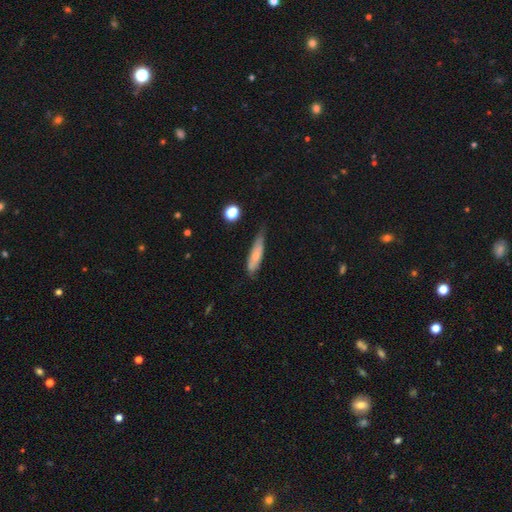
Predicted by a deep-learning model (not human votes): Smooth or featured? smooth (65%)
How rounded? cigar-shaped (70%)
Merging? none (55%)